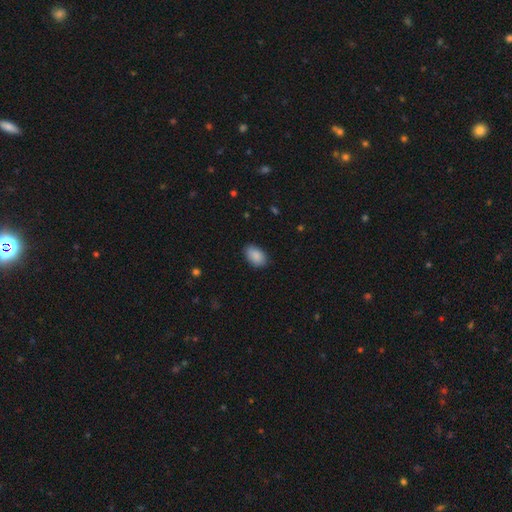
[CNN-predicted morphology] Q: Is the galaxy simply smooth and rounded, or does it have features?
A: smooth — 90%.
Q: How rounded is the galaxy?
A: in between — 90%.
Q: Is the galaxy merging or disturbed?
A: none — 84%.